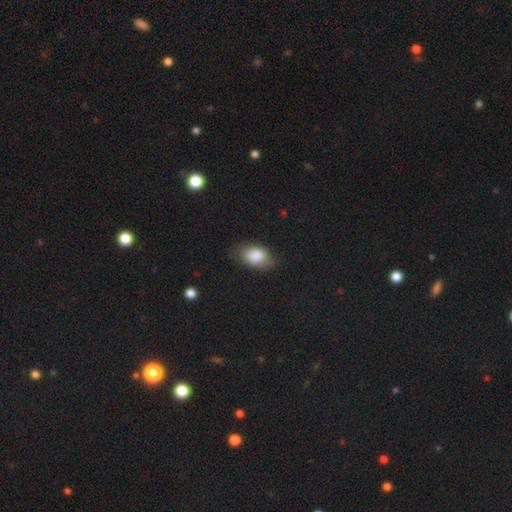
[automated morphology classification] smooth_or_featured: smooth (p=0.84) [alt: featured or disk p=0.08]
how_rounded: in between (p=0.88) [alt: round p=0.10]
merging: none (p=0.71) [alt: minor disturbance p=0.22]